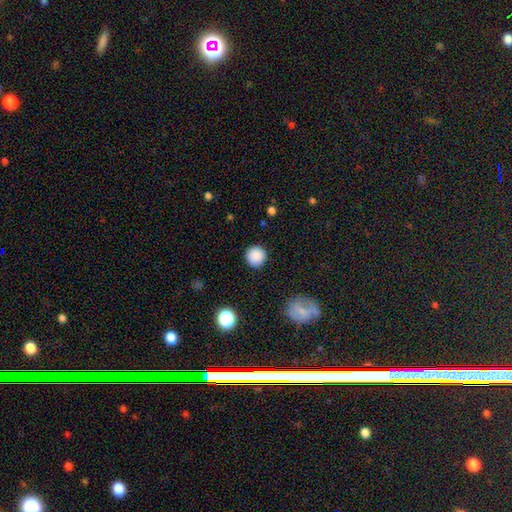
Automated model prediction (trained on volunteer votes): Overall: smooth (87%). How rounded: round (95%). Merging: none (91%).